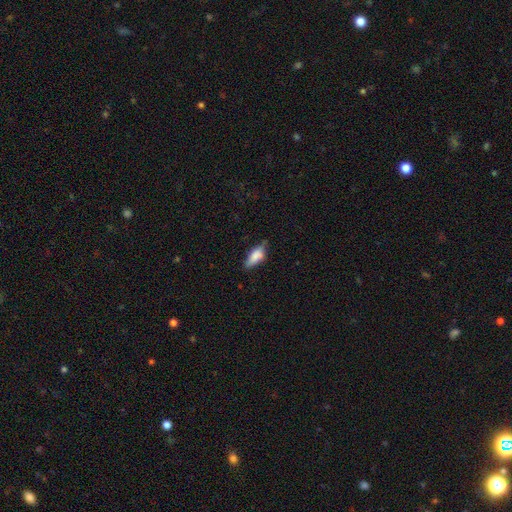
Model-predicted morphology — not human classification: Smooth or featured: smooth — 77% (featured or disk — 16%)
How rounded: in between — 78% (cigar-shaped — 19%)
Merging: none — 55% (minor disturbance — 34%)